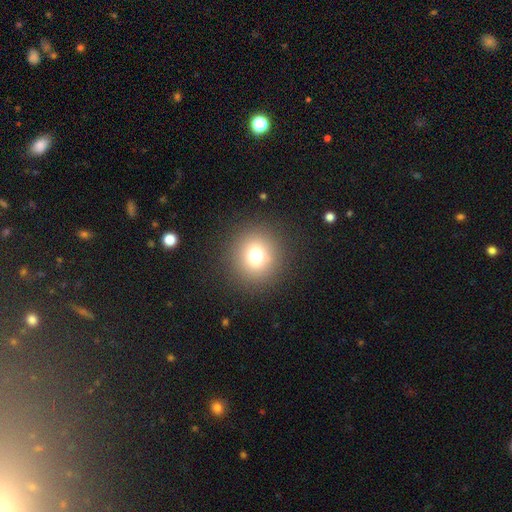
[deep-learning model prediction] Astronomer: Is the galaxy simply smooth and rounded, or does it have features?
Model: smooth — 72%.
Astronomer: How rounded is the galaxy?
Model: round — 92%.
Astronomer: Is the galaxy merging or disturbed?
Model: none — 90%.